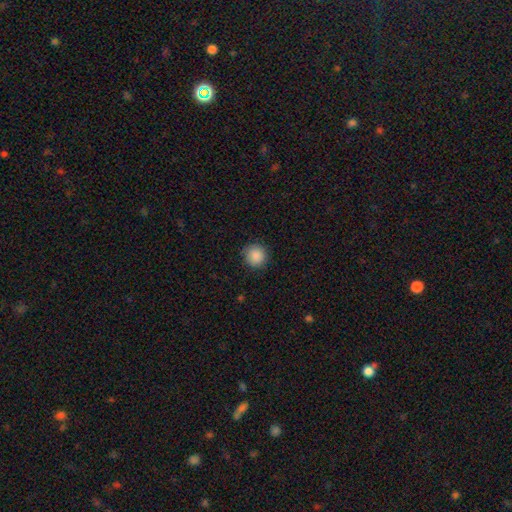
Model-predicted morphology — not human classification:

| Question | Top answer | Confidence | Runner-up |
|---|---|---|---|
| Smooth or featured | smooth | 88% | star or artifact (8%) |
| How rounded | round | 93% | in between (6%) |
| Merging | none | 89% | minor disturbance (8%) |